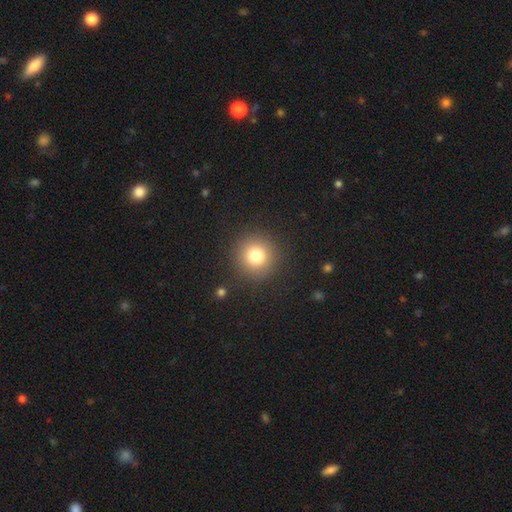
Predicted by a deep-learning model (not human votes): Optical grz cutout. It shows a smooth galaxy with no disk features (78%) that is round (95%). Merging: none (89%).